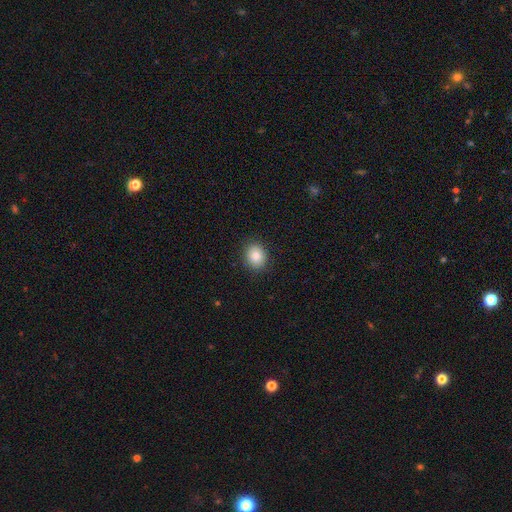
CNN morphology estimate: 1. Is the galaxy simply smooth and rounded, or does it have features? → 83% smooth, 9% star or artifact, 7% featured or disk.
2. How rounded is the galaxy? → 59% round, 40% in between, 1% cigar-shaped.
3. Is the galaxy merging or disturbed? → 89% none, 8% minor disturbance, 2% major disturbance, 1% merger.